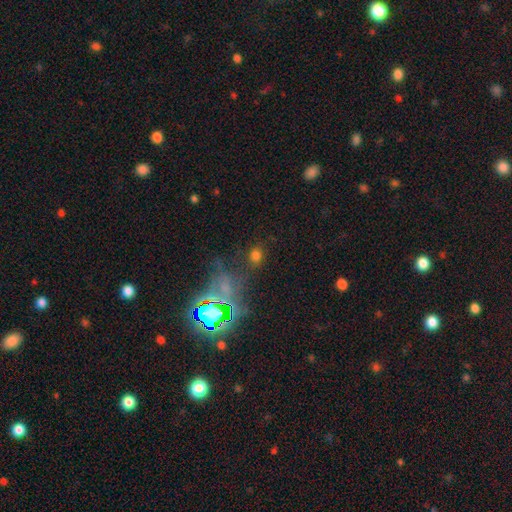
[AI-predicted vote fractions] This appears to be a smooth galaxy with no disk features (61%) that is round (66%). Merging: none (72%).